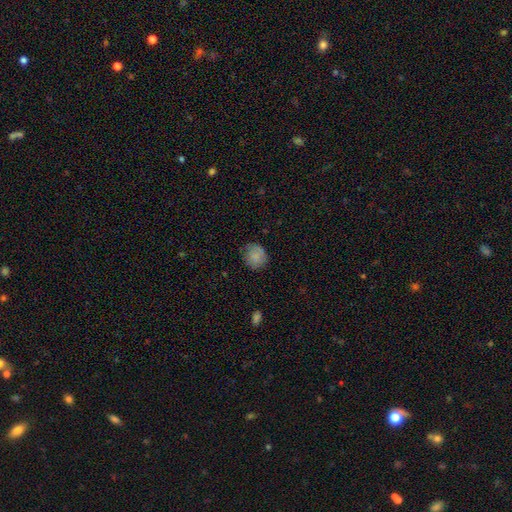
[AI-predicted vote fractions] Smooth or featured?
  - smooth: 81% *
  - featured or disk: 10%
  - star or artifact: 9%
How rounded?
  - round: 74% *
  - in between: 25%
  - cigar-shaped: 1%
Merging?
  - none: 75% *
  - minor disturbance: 19%
  - major disturbance: 4%
  - merger: 1%